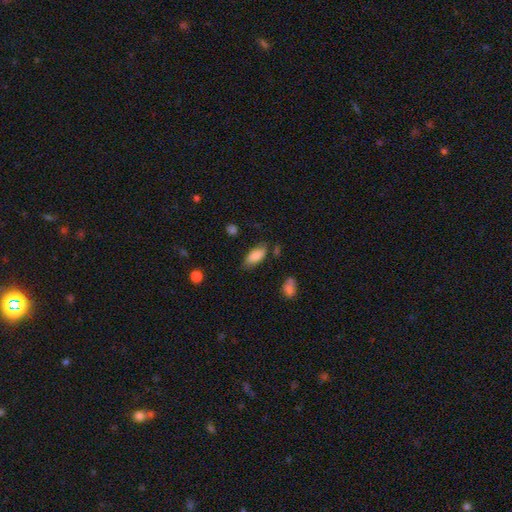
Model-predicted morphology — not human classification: Smooth or featured: smooth — 82% (featured or disk — 11%)
How rounded: in between — 87% (cigar-shaped — 11%)
Merging: none — 72% (minor disturbance — 21%)